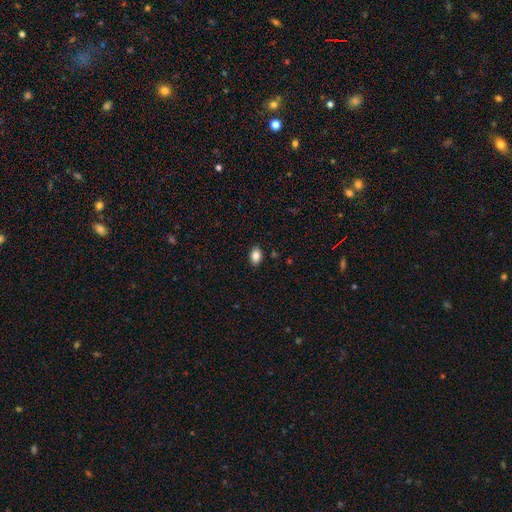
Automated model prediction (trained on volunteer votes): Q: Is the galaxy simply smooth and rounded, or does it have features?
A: smooth — 86%.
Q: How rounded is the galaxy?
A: in between — 86%.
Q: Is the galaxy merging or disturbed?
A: none — 87%.